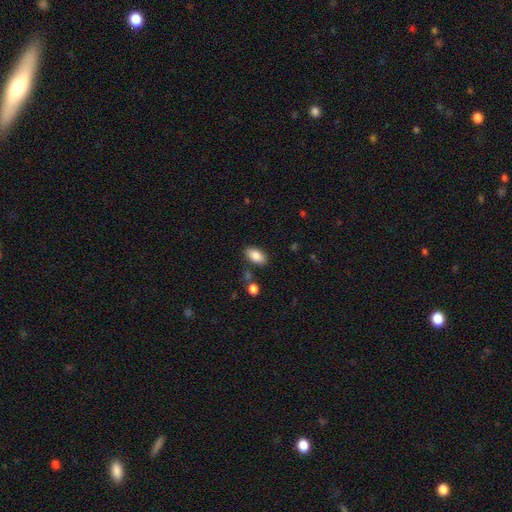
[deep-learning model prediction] Morphology: type=smooth (86%); roundness=in between (93%); merging=none (82%).